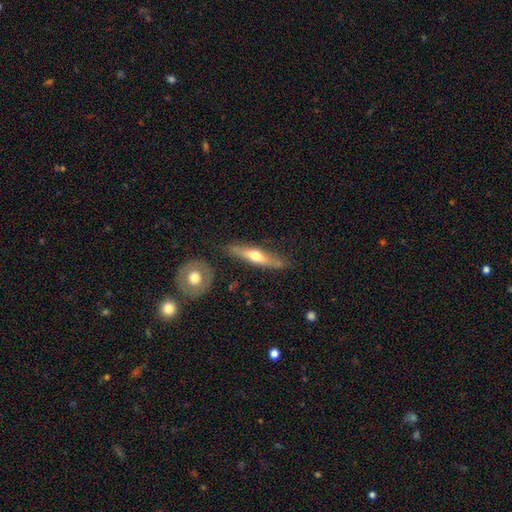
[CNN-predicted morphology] The model was most divided on "smooth or featured": featured or disk: 54%, smooth: 41%, star or artifact: 5%. More confident: edge-on disk — yes (90%); merging — none (79%).